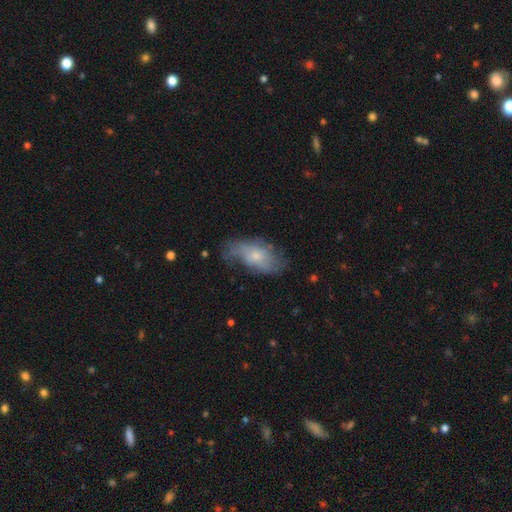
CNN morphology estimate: smooth 48%, featured or disk 44%, star or artifact 8%. Down the decision tree: merging — none (46%).